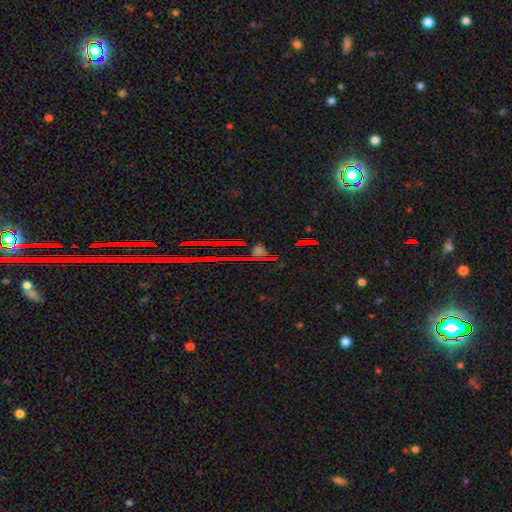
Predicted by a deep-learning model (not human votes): Smooth or featured? star or artifact (82%)